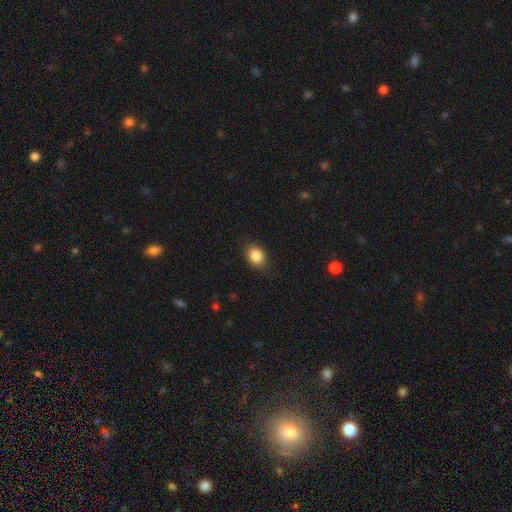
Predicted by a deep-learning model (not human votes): The model was most divided on "how rounded": in between: 59%, round: 40%, cigar-shaped: 1%. More confident: smooth or featured — smooth (86%); merging — none (85%).